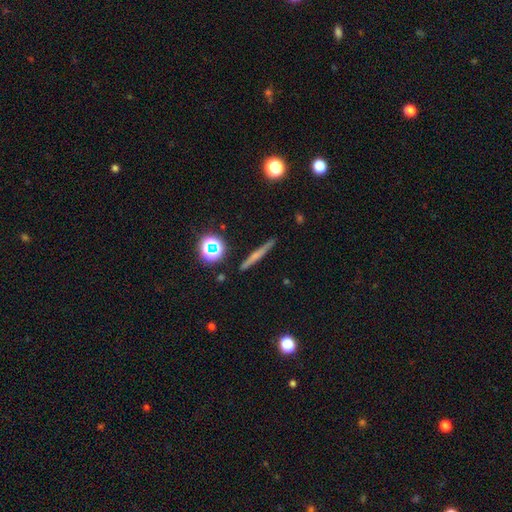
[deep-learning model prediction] The model was most divided on "smooth or featured": smooth: 44%, featured or disk: 43%, star or artifact: 13%. More confident: merging — none (90%).